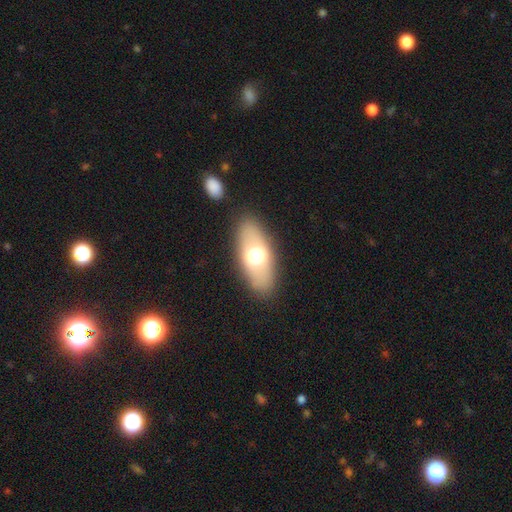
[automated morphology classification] type=smooth (60%); roundness=in between (81%); merging=none (85%).